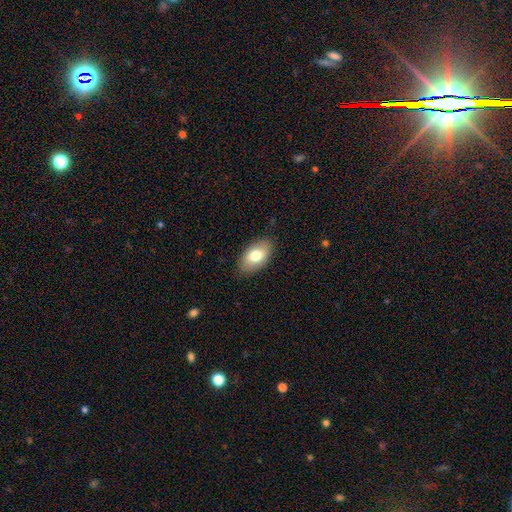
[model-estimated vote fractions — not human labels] Smooth or featured? smooth (75%)
How rounded? in between (94%)
Merging? none (86%)